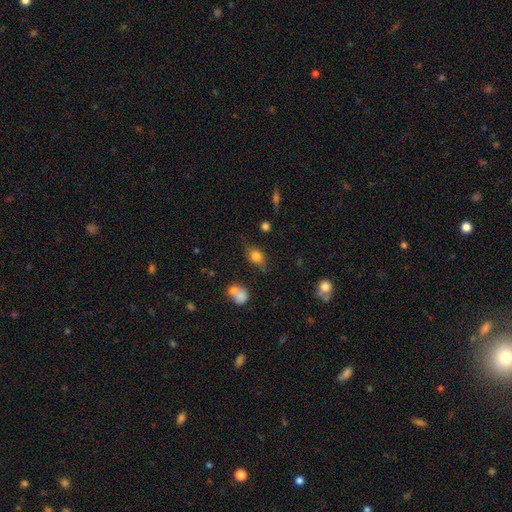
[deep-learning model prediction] A smooth galaxy with no disk features (79%) that is in between round and cigar-shaped (52%).

Vote fractions:
- Smooth or featured? smooth: 79% / star or artifact: 11% / featured or disk: 10%
- How rounded? in between: 52% / round: 46% / cigar-shaped: 2%
- Merging? none: 67% / minor disturbance: 21% / merger: 7% / major disturbance: 6%